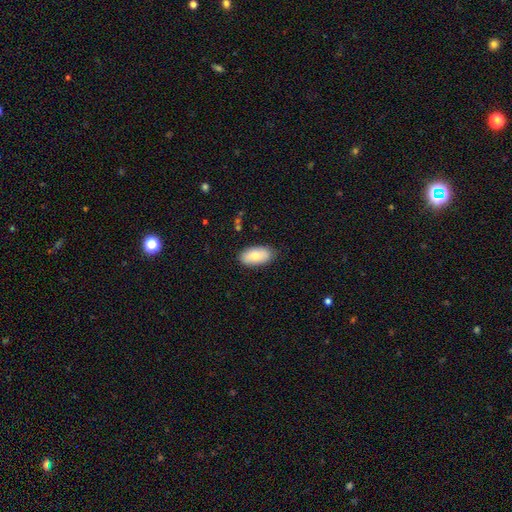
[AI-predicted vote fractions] Smooth or featured? smooth (80%)
How rounded? in between (94%)
Merging? none (83%)